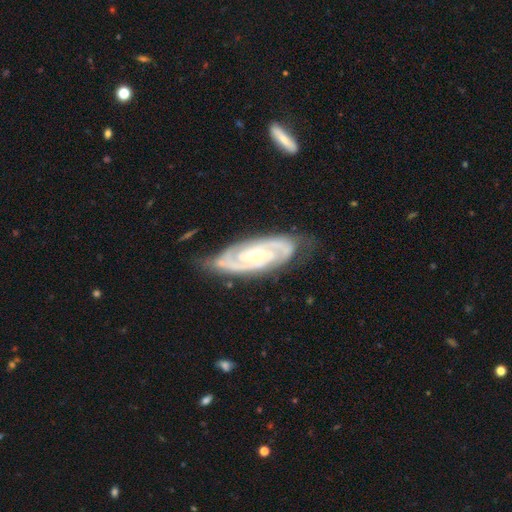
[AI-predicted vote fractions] smooth-or-featured: featured or disk: 92% | star or artifact: 4% | smooth: 4%
  disk-edge-on: no: 95% | yes: 5%
    bar: no: 47% | weak: 34% | strong: 19%
    has-spiral-arms: yes: 99% | no: 1%
      spiral-winding: tight: 70% | medium: 27% | loose: 3%
      spiral-arm-count: 2: 76% | 3: 12% | can't tell: 5% | 4: 3% | 1: 2% | more than 4: 2%
    bulge-size: small: 63% | moderate: 34% | large: 1% | none: 1% | dominant: 1%
  merging: none: 78% | minor disturbance: 17% | major disturbance: 4% | merger: 2%